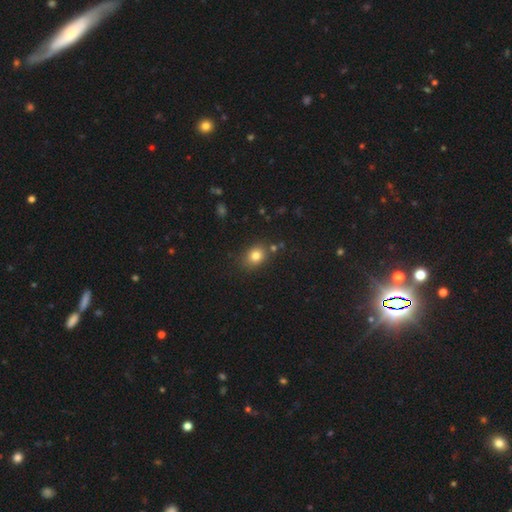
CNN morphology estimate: A smooth galaxy with no disk features (81%) that is round (50%). Merging: none (79%).